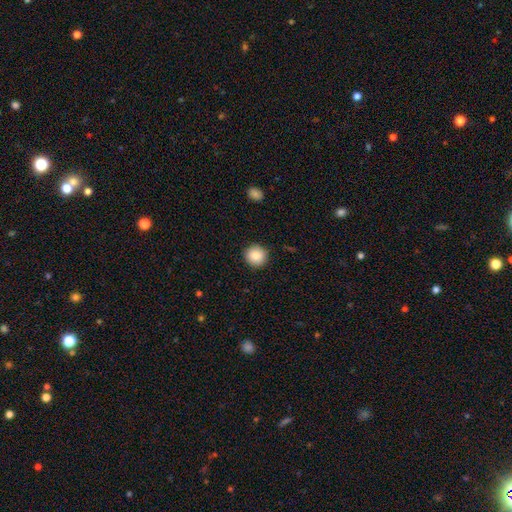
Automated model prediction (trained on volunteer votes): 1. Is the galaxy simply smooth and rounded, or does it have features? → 85% smooth, 8% star or artifact, 7% featured or disk.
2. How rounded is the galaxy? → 94% round, 5% in between, 1% cigar-shaped.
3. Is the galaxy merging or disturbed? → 92% none, 6% minor disturbance, 2% major disturbance, 1% merger.